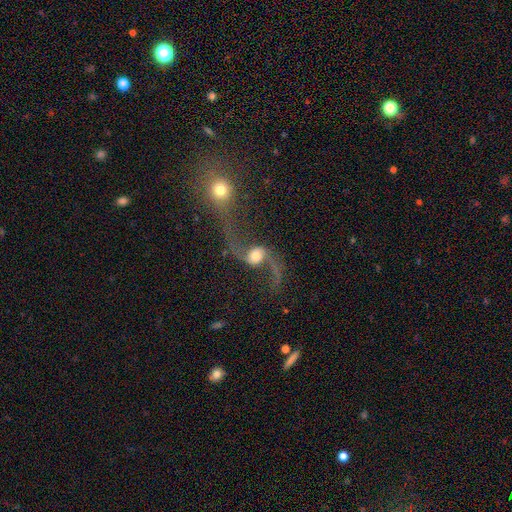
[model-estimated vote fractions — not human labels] A featured or disk galaxy (81%) with no bar (56%), 2 (93%) loose (92%) spiral arms (94%) and a moderate central bulge (44%).

Vote fractions:
- Smooth or featured? featured or disk: 81% / smooth: 11% / star or artifact: 8%
- Edge-on disk? no: 95% / yes: 5%
- Bar? no: 56% / weak: 32% / strong: 12%
- Spiral arms? yes: 94% / no: 6%
- Spiral winding? loose: 92% / medium: 6% / tight: 2%
- Spiral arm count? 2: 93% / 1: 3% / can't tell: 1% / 3: 1% / 4: 1% / more than 4: 1%
- Bulge size? moderate: 44% / large: 33% / small: 12% / dominant: 7% / none: 3%
- Merging? none: 38% / merger: 29% / major disturbance: 21% / minor disturbance: 12%